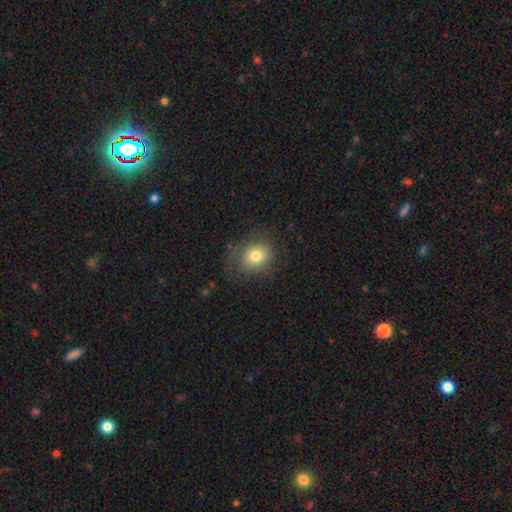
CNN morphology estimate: A smooth galaxy with no disk features (77%) that is round (66%).

Vote fractions:
- Smooth or featured? smooth: 77% / featured or disk: 12% / star or artifact: 11%
- How rounded? round: 66% / in between: 33% / cigar-shaped: 1%
- Merging? none: 73% / minor disturbance: 18% / major disturbance: 8% / merger: 1%